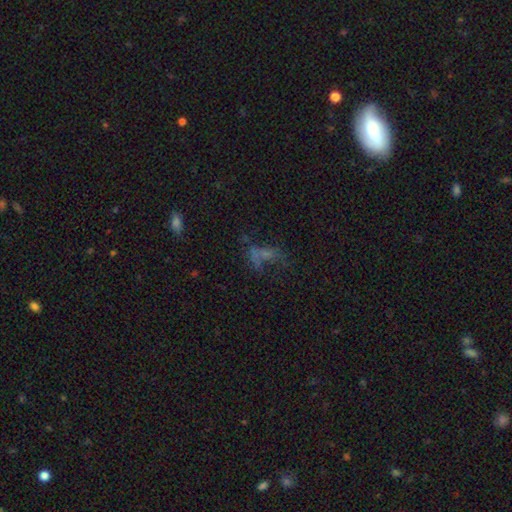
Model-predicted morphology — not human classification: star or artifact 36%, featured or disk 33%, smooth 31%.